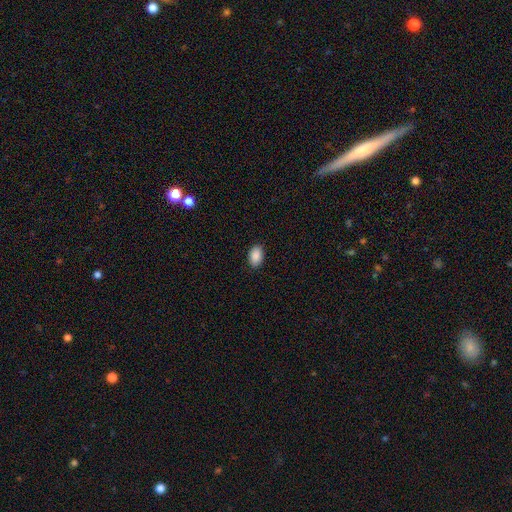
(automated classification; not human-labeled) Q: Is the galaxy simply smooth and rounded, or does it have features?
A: smooth — 90%.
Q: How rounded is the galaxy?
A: in between — 89%.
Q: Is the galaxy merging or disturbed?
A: none — 88%.